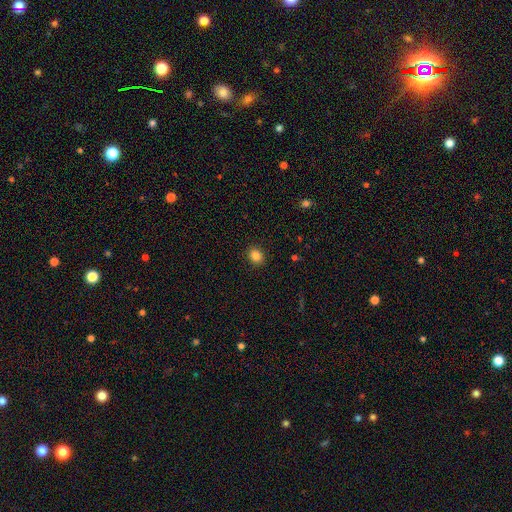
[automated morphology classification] Smooth or featured? smooth (85%)
How rounded? round (61%)
Merging? none (90%)